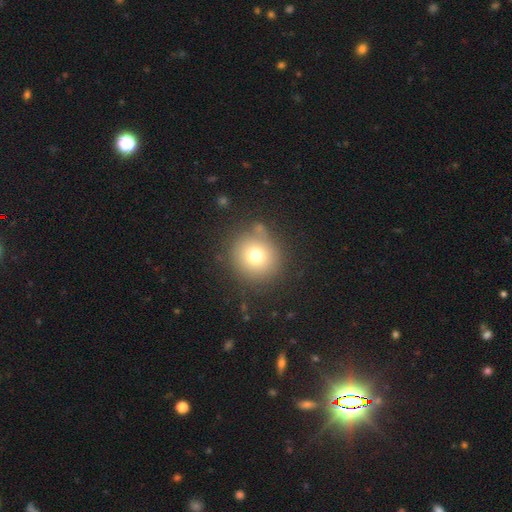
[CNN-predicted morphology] A smooth galaxy with no disk features (73%) that is round (92%).

Vote fractions:
- Smooth or featured? smooth: 73% / star or artifact: 14% / featured or disk: 12%
- How rounded? round: 92% / in between: 7% / cigar-shaped: 1%
- Merging? none: 79% / minor disturbance: 11% / merger: 5% / major disturbance: 5%